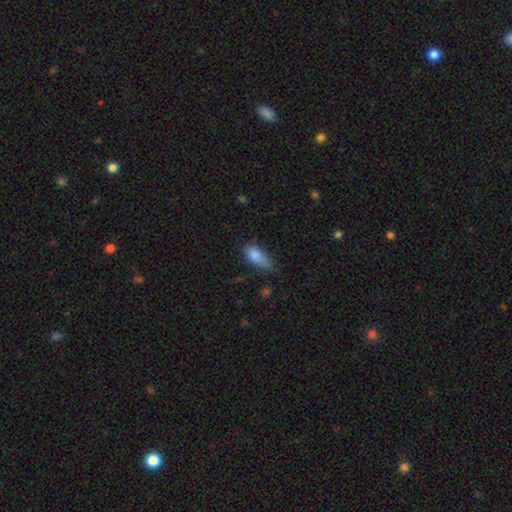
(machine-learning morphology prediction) Smooth or featured?
  - smooth: 84% *
  - star or artifact: 9%
  - featured or disk: 8%
How rounded?
  - in between: 84% *
  - cigar-shaped: 12%
  - round: 4%
Merging?
  - minor disturbance: 41% * (tied)
  - none: 41% * (tied)
  - major disturbance: 15%
  - merger: 3%